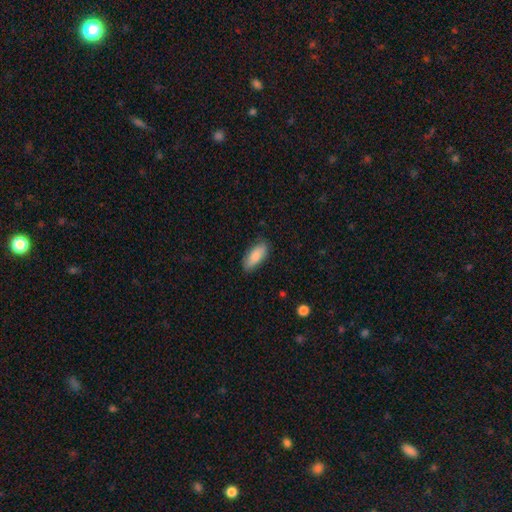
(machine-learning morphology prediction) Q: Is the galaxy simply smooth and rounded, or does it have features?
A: smooth — 84%.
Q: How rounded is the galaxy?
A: in between — 82%.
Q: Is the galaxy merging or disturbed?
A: none — 82%.